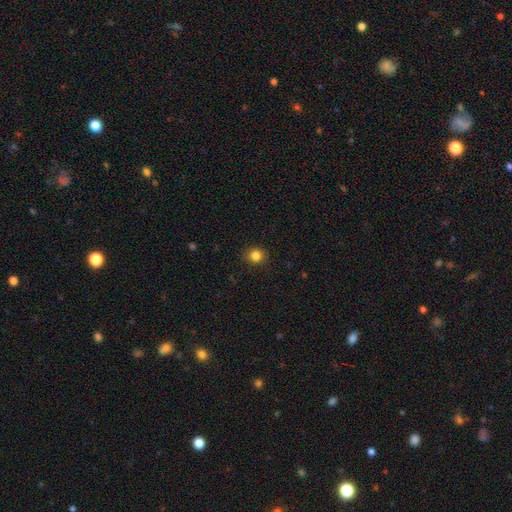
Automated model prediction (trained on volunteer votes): This is clearly a smooth galaxy (84%). How rounded: clearly round (86%). Merging: clearly none (88%).